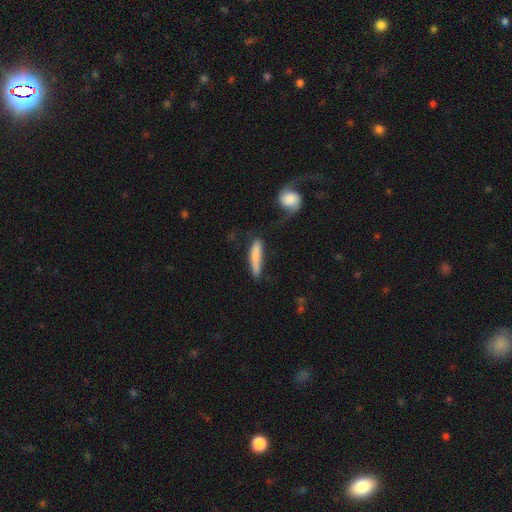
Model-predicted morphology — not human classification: Smooth or featured: smooth — 75% (featured or disk — 19%)
How rounded: cigar-shaped — 87% (in between — 11%)
Merging: none — 58% (minor disturbance — 24%)